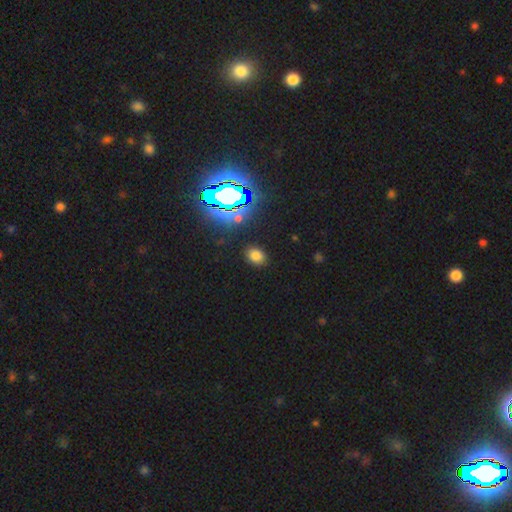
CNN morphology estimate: Smooth or featured? smooth (69%)
How rounded? in between (53%)
Merging? none (87%)